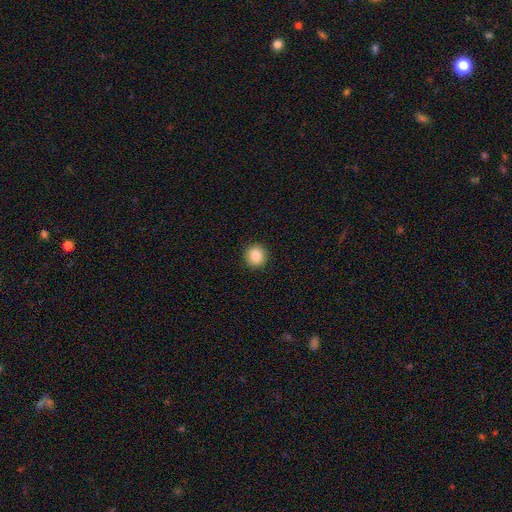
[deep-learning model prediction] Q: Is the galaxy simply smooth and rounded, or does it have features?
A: smooth — 86%.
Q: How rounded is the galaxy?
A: round — 89%.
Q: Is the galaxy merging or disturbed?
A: none — 92%.